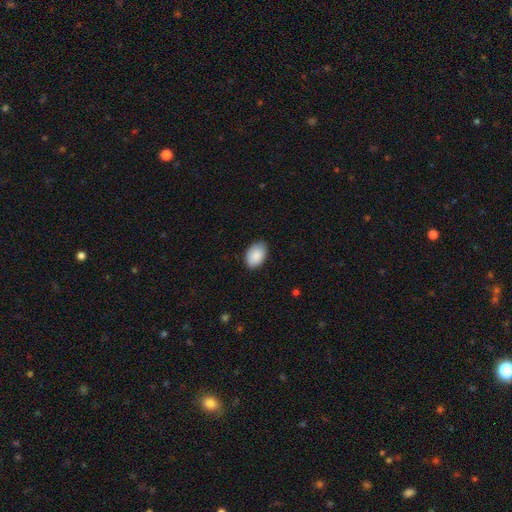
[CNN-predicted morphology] Smooth or featured? smooth (89%)
How rounded? in between (90%)
Merging? none (83%)